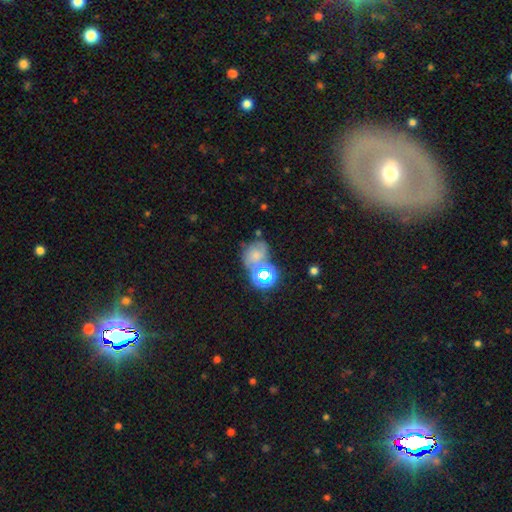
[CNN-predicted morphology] Smooth or featured?
  - smooth: 47% *
  - star or artifact: 27%
  - featured or disk: 25%
Merging?
  - none: 38% *
  - merger: 32%
  - minor disturbance: 18%
  - major disturbance: 12%